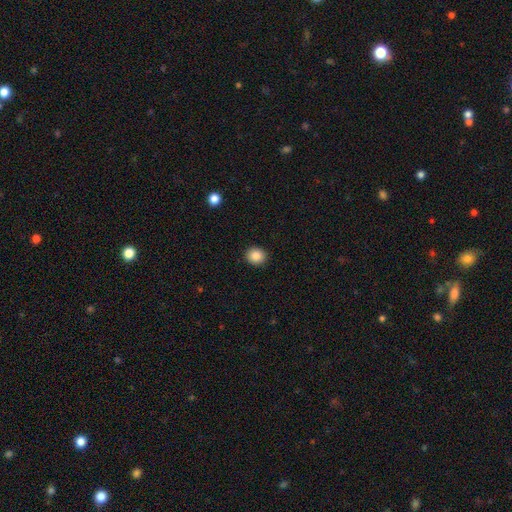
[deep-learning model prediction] Smooth or featured: smooth — 86% (star or artifact — 9%)
How rounded: round — 82% (in between — 17%)
Merging: none — 92% (minor disturbance — 5%)